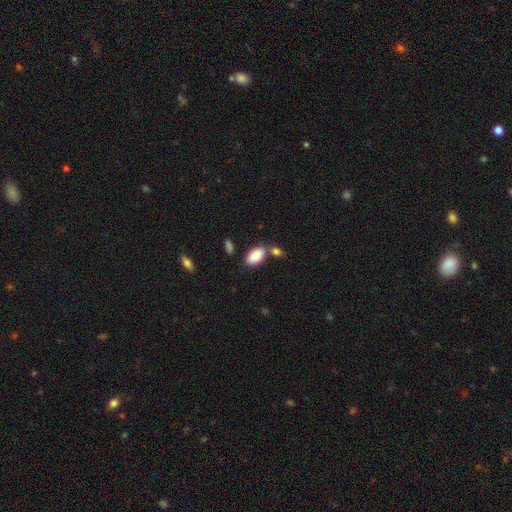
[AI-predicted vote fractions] Smooth or featured? smooth (88%)
How rounded? in between (94%)
Merging? none (64%)